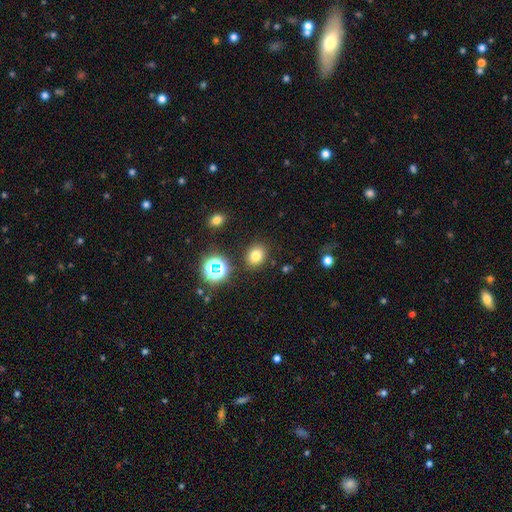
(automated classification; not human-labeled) Smooth or featured? Predicted: smooth (p=0.75). How rounded? Predicted: round (p=0.53). Merging? Predicted: none (p=0.85).